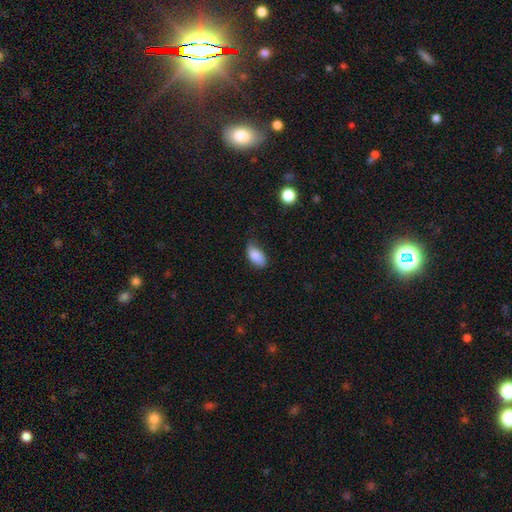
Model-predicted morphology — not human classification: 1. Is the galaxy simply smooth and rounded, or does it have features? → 86% smooth, 8% star or artifact, 6% featured or disk.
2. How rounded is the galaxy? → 93% in between, 4% round, 3% cigar-shaped.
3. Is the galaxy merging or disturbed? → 54% none, 36% minor disturbance, 8% major disturbance, 2% merger.